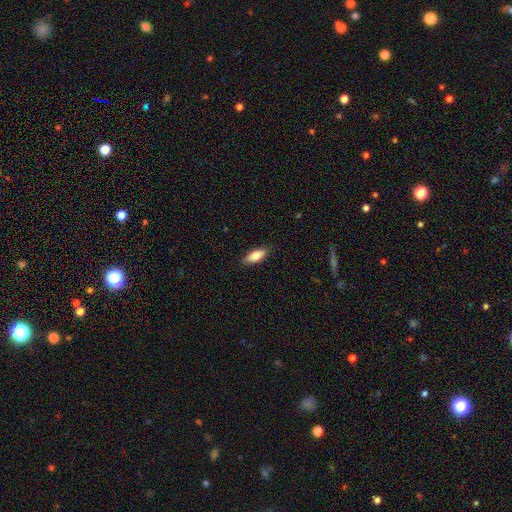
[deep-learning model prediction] A smooth galaxy with no disk features (74%) that is in between round and cigar-shaped (74%). Merging: none (87%).